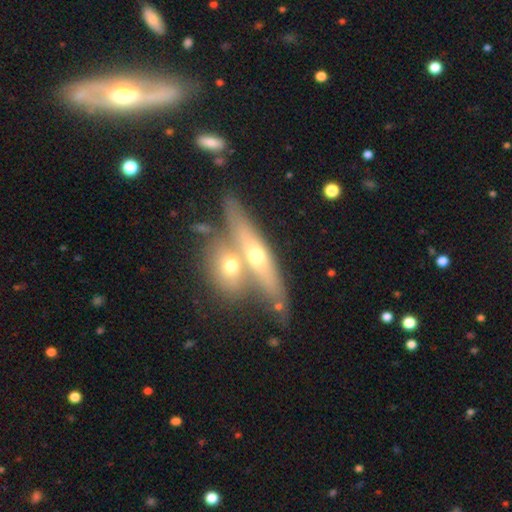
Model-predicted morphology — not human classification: Q: Smooth or featured?
A: featured or disk (57%); runner-up: smooth (36%)
Q: Edge-on disk?
A: yes (75%); runner-up: no (25%)
Q: Merging?
A: merger (43%); runner-up: none (41%)